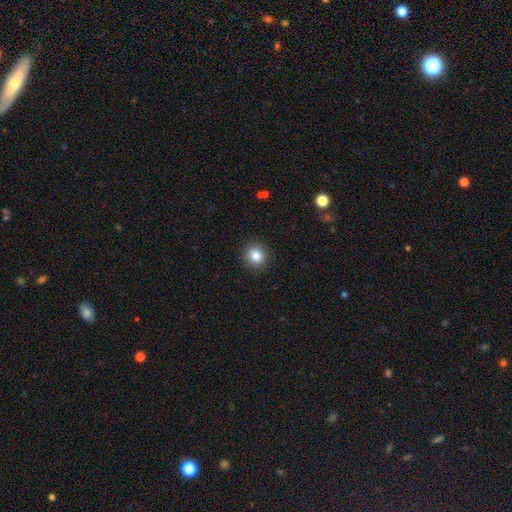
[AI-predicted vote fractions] smooth 85%, star or artifact 10%, featured or disk 5%. Down the decision tree: how rounded — round (85%); merging — none (91%).